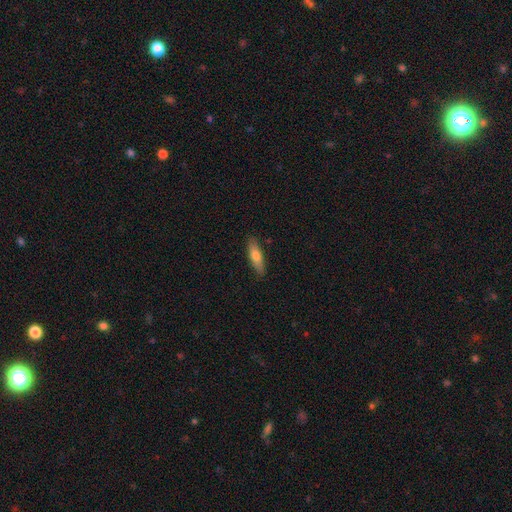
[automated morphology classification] smooth-or-featured: smooth: 69% | featured or disk: 25% | star or artifact: 6%
  how-rounded: cigar-shaped: 58% | in between: 40% | round: 2%
  merging: none: 86% | minor disturbance: 11% | major disturbance: 2% | merger: 1%